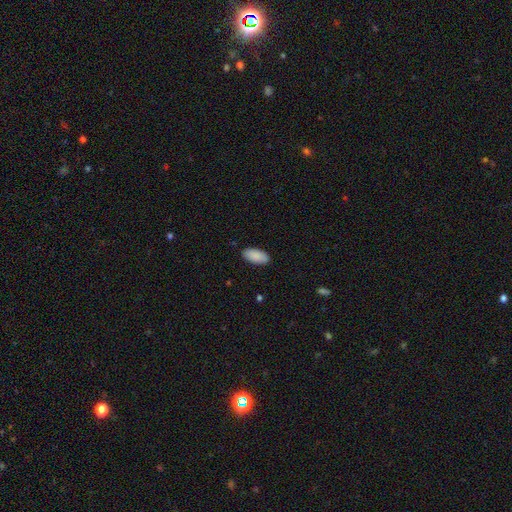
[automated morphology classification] Overall: smooth (90%). How rounded: in between (93%). Merging: none (88%).